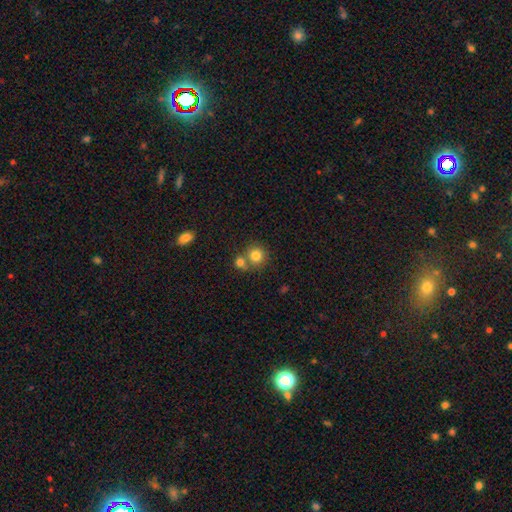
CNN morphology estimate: A smooth galaxy with no disk features (81%) that is round (88%).

Vote fractions:
- Smooth or featured? smooth: 81% / star or artifact: 10% / featured or disk: 9%
- How rounded? round: 88% / in between: 11% / cigar-shaped: 1%
- Merging? none: 54% / merger: 35% / minor disturbance: 8% / major disturbance: 3%